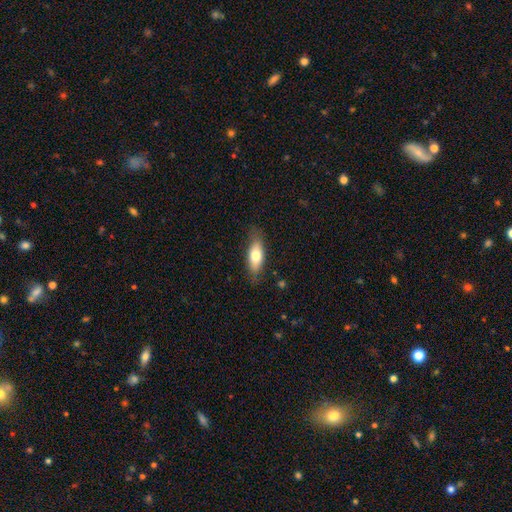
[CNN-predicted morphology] smooth-or-featured: smooth: 71% | featured or disk: 22% | star or artifact: 6%
  how-rounded: in between: 74% | cigar-shaped: 24% | round: 3%
  merging: none: 79% | minor disturbance: 16% | major disturbance: 3% | merger: 1%